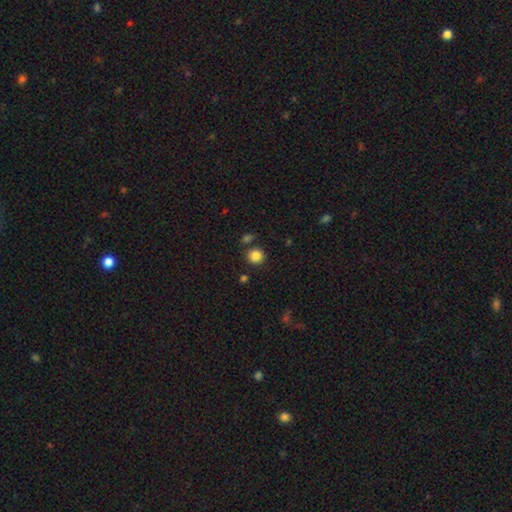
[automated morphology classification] smooth-or-featured: smooth: 85% | star or artifact: 10% | featured or disk: 4%
  how-rounded: round: 90% | in between: 9% | cigar-shaped: 1%
  merging: none: 81% | minor disturbance: 8% | merger: 8% | major disturbance: 3%